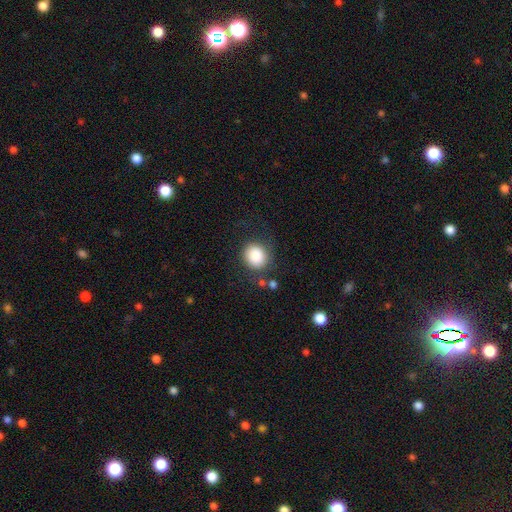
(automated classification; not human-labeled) smooth 87%, star or artifact 8%, featured or disk 5%. Down the decision tree: how rounded — round (77%); merging — none (78%).